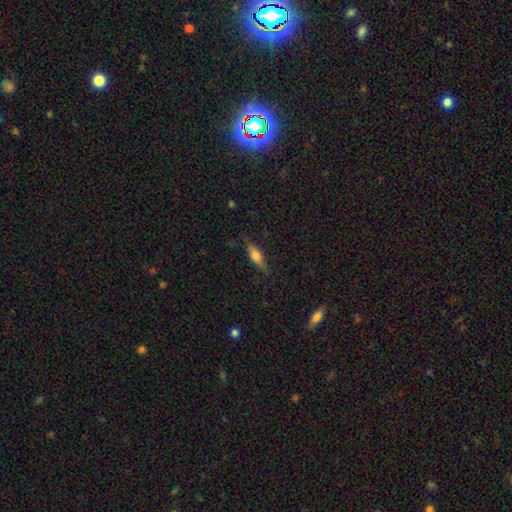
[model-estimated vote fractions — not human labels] Morphology: type=smooth (55%); roundness=cigar-shaped (49%); merging=none (78%).